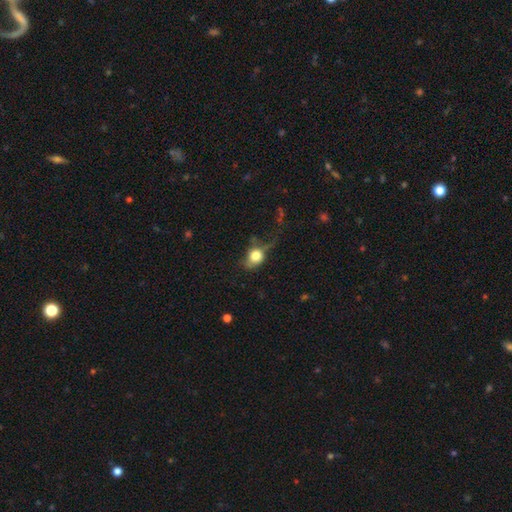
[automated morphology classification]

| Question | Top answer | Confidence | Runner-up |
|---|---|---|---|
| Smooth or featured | smooth | 74% | featured or disk (16%) |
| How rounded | round | 52% | in between (46%) |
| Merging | none | 35% | major disturbance (31%) |